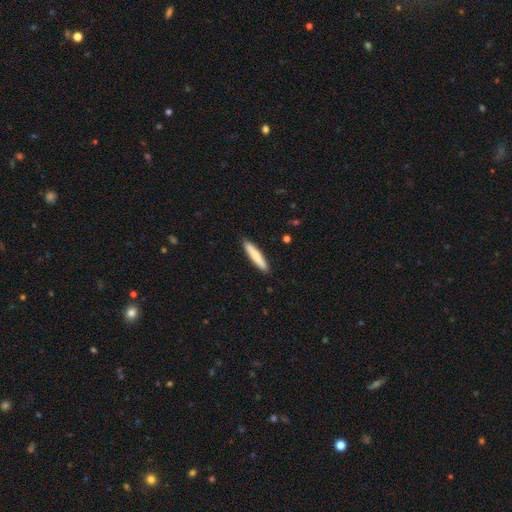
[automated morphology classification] smooth 74%, featured or disk 21%, star or artifact 5%. Down the decision tree: how rounded — cigar-shaped (91%); merging — none (91%).